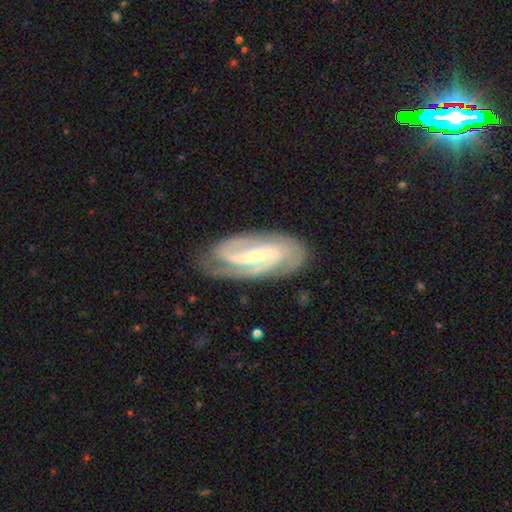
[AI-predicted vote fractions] This is clearly a featured or disk galaxy (89%). It is clearly not viewed edge-on (95%). Bar: possibly strong (50%). Spiral arm pattern: clearly yes (97%). Spiral arm count: likely 2 (76%). Spiral winding: marginally medium (44%). Central bulge: likely small (70%). Merging: likely none (79%).